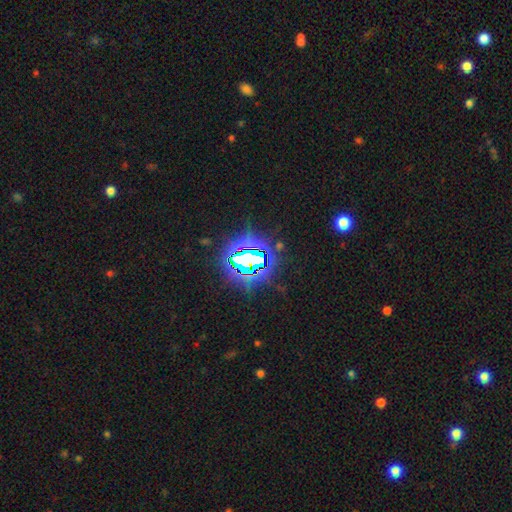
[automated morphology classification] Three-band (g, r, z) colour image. It shows a star or artifact, not a galaxy (79%).